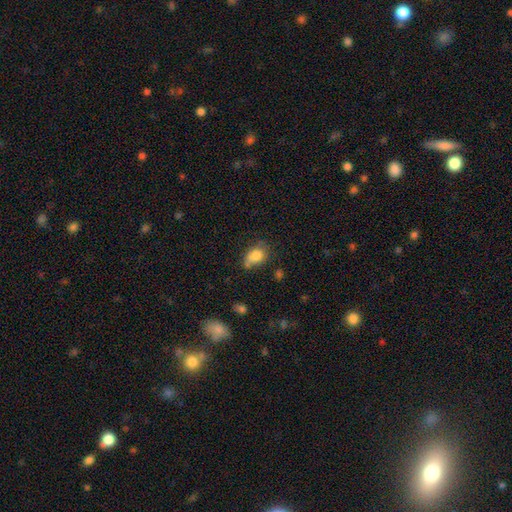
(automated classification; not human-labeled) Smooth or featured? smooth (79%)
How rounded? in between (74%)
Merging? none (44%)